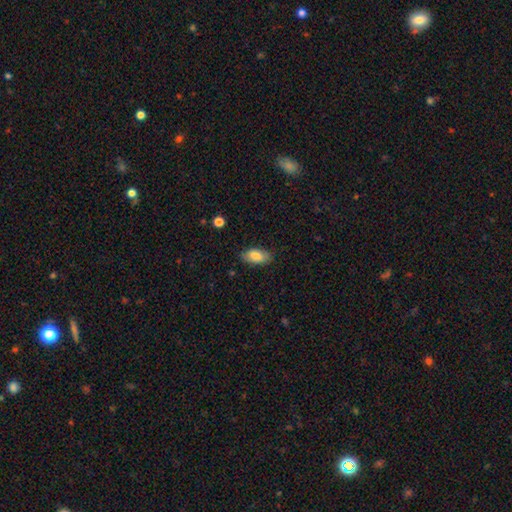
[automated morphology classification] The model was most divided on "smooth or featured": smooth: 78%, featured or disk: 15%, star or artifact: 7%. More confident: how rounded — in between (93%); merging — none (82%).